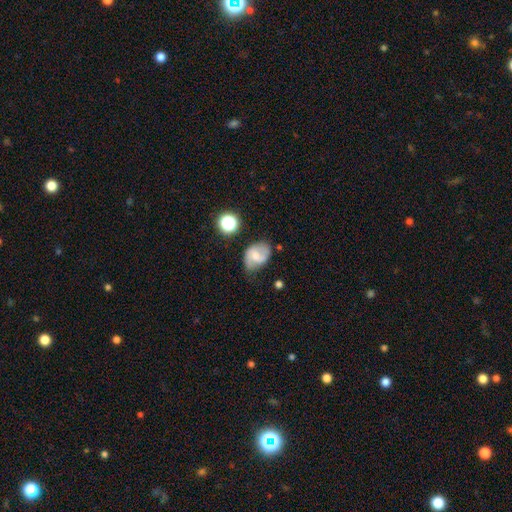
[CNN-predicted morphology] Smooth or featured? featured or disk (52%)
Edge-on disk? no (97%)
Bar? weak (50%)
Spiral arms? yes (83%)
Bulge size? small (42%)
Merging? none (58%)